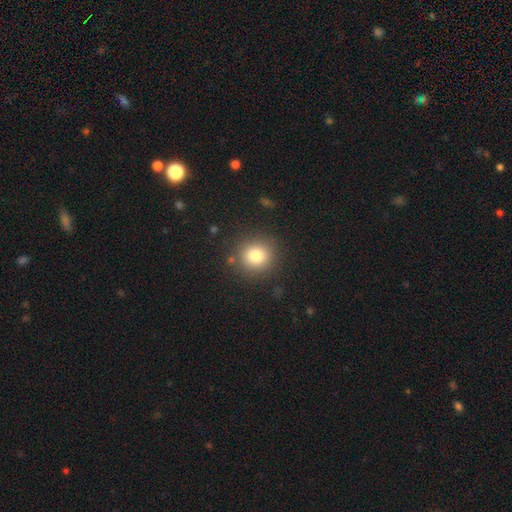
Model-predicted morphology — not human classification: Smooth or featured? Predicted: smooth (p=0.80). How rounded? Predicted: round (p=0.89). Merging? Predicted: none (p=0.87).